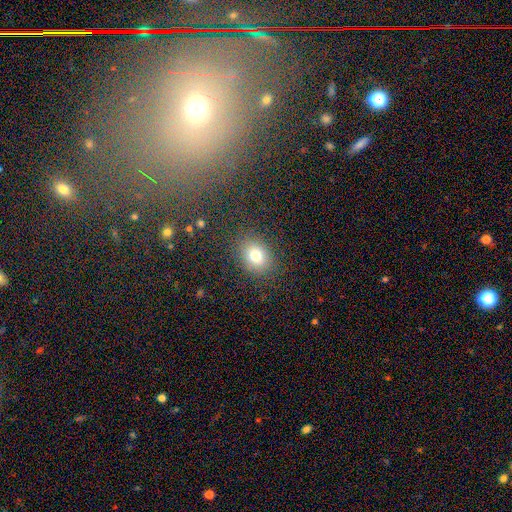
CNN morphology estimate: This appears to be a smooth galaxy with no disk features (77%) that is in between round and cigar-shaped (52%). Merging: none (84%).